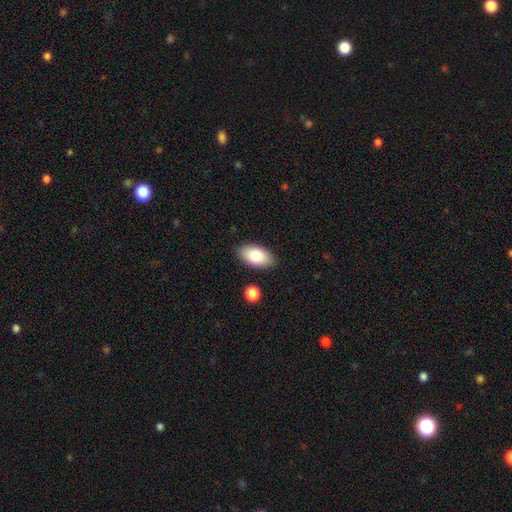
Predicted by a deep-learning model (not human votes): A smooth galaxy with no disk features (82%) that is in between round and cigar-shaped (94%).

Vote fractions:
- Smooth or featured? smooth: 82% / featured or disk: 11% / star or artifact: 6%
- How rounded? in between: 94% / round: 3% / cigar-shaped: 2%
- Merging? none: 87% / minor disturbance: 9% / major disturbance: 2% / merger: 2%